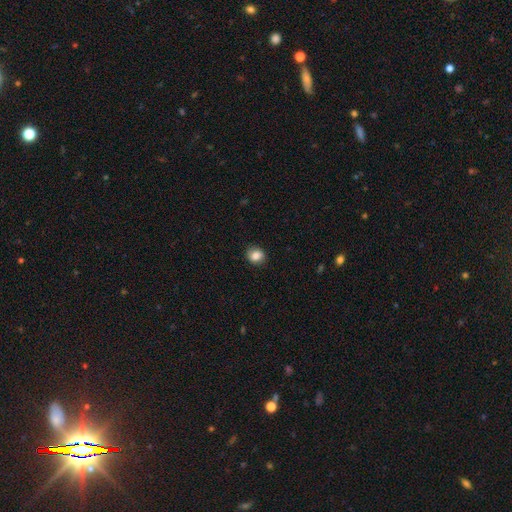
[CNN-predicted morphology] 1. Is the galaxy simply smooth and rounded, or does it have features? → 84% smooth, 9% star or artifact, 7% featured or disk.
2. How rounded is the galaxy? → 68% round, 31% in between, 1% cigar-shaped.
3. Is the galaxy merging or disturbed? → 87% none, 10% minor disturbance, 2% major disturbance, 1% merger.